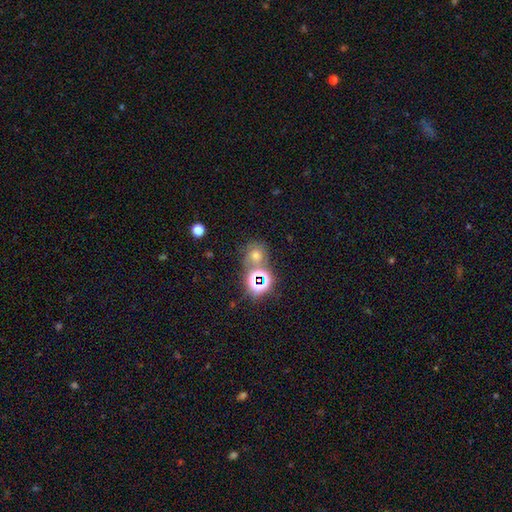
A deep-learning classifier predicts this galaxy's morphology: A star or artifact, not a galaxy (44%).